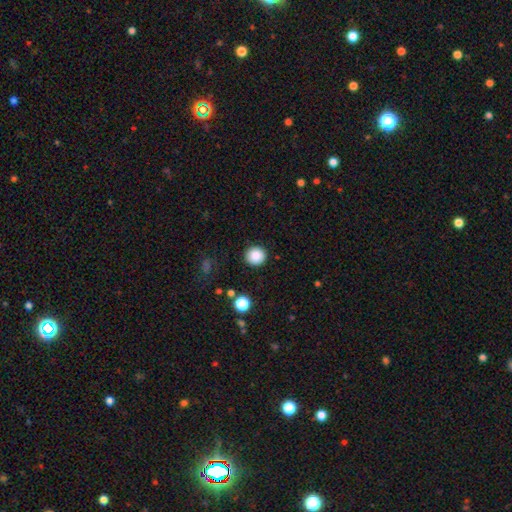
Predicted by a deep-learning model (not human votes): A smooth galaxy with no disk features (87%) that is round (93%). Merging: none (91%).